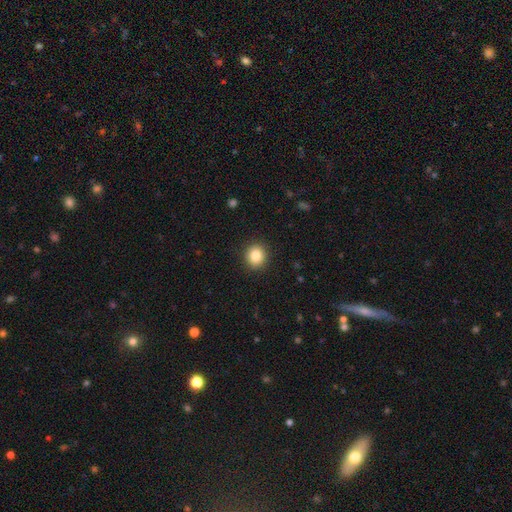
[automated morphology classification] The model was most divided on "how rounded": round: 84%, in between: 15%, cigar-shaped: 1%. More confident: merging — none (91%); smooth or featured — smooth (85%).